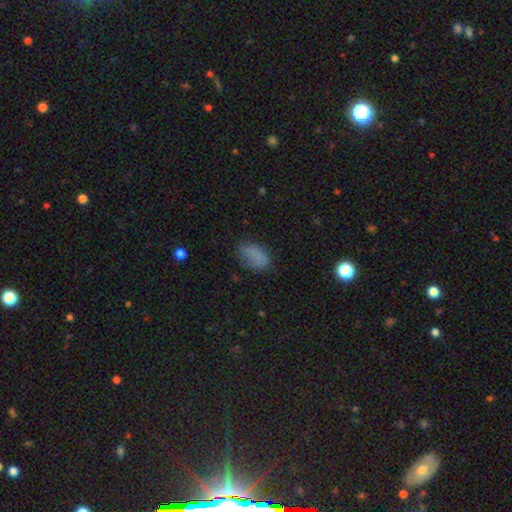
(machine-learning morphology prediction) smooth_or_featured: smooth (p=0.75) [alt: star or artifact p=0.13]
how_rounded: in between (p=0.89) [alt: round p=0.08]
merging: none (p=0.57) [alt: minor disturbance p=0.27]